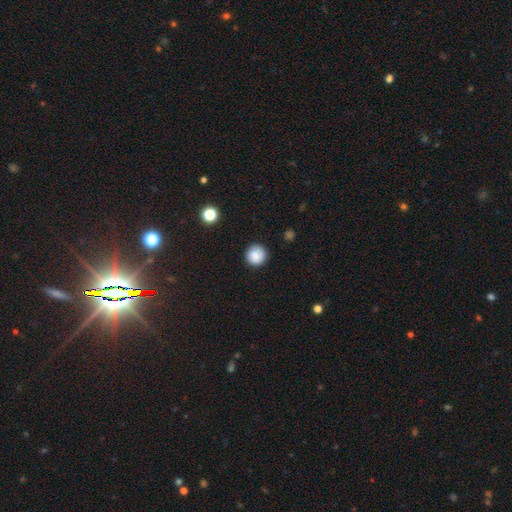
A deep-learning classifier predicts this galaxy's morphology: type=smooth (87%); roundness=round (95%); merging=none (90%).